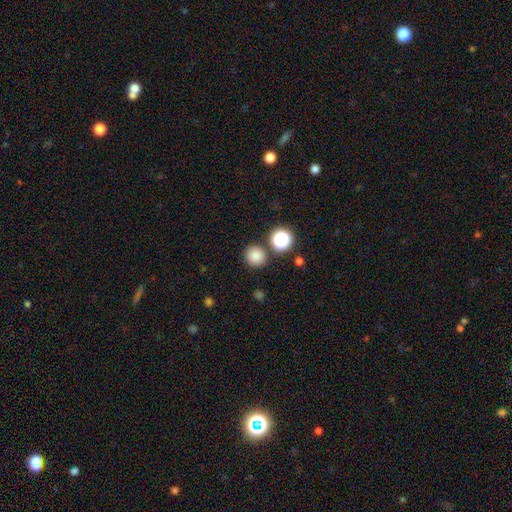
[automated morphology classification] type=smooth (82%); roundness=round (91%); merging=none (83%).